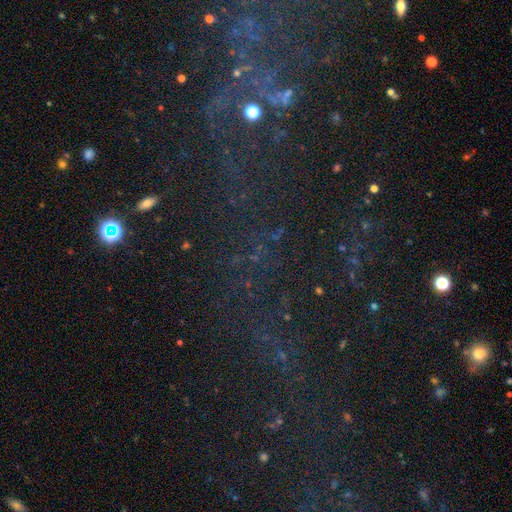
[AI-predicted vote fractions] A star or artifact, not a galaxy (64%).

Vote fractions:
- Smooth or featured? star or artifact: 64% / featured or disk: 19% / smooth: 17%